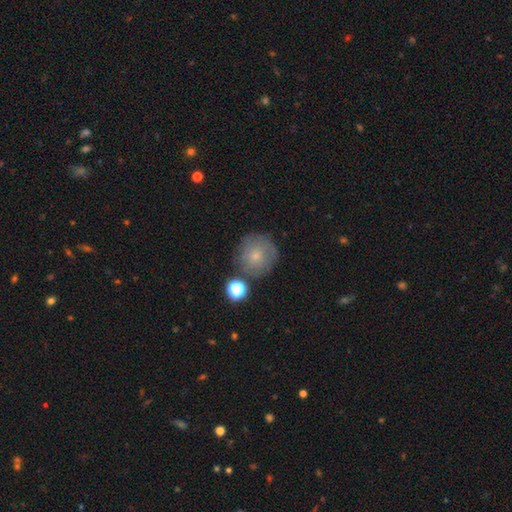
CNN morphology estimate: type=smooth (67%); roundness=round (93%); merging=none (73%).